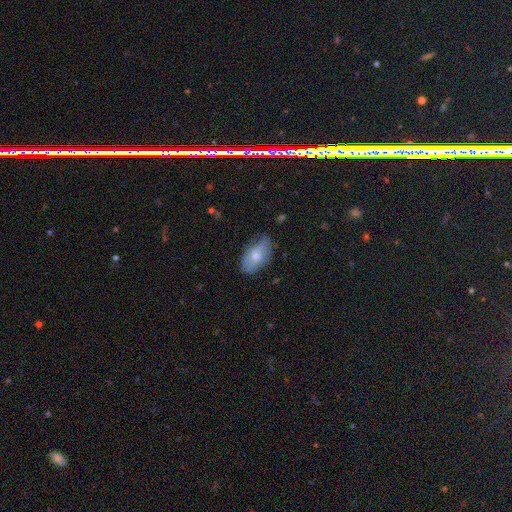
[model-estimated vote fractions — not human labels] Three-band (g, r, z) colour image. It shows a smooth galaxy with no disk features (63%) that is in between round and cigar-shaped (92%). Merging: none (63%).